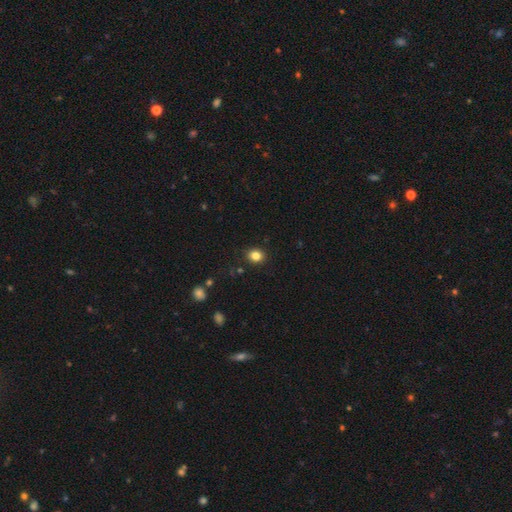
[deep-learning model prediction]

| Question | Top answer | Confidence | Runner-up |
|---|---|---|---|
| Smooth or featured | smooth | 83% | star or artifact (12%) |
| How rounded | round | 67% | in between (32%) |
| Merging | none | 89% | minor disturbance (7%) |